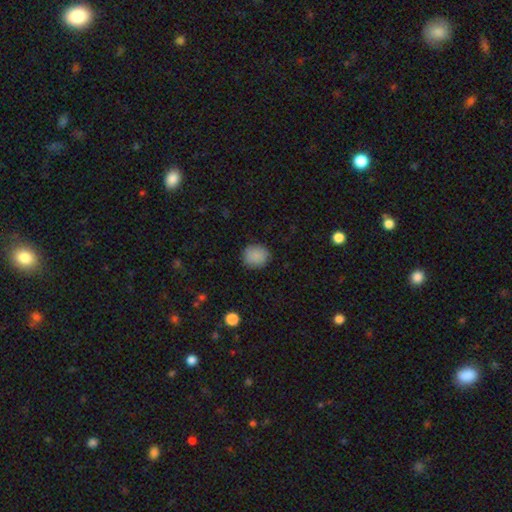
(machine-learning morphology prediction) The model was most divided on "how rounded": round: 81%, in between: 18%, cigar-shaped: 1%. More confident: smooth or featured — smooth (87%); merging — none (86%).